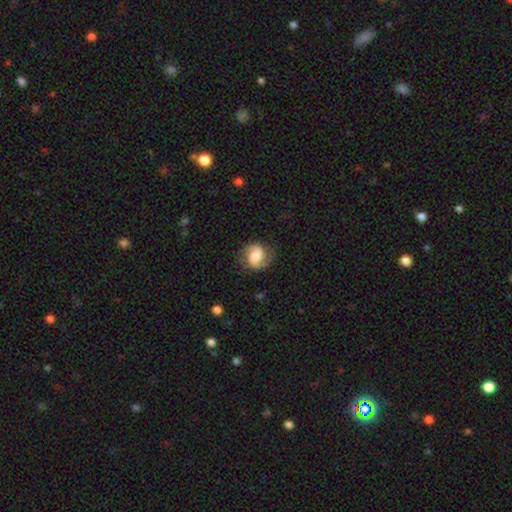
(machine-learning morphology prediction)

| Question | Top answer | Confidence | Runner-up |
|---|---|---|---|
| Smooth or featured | featured or disk | 65% | smooth (27%) |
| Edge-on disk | no | 98% | yes (2%) |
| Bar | no | 43% | weak (42%) |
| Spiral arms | yes | 93% | no (7%) |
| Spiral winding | medium | 46% | loose (33%) |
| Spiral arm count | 2 | 88% | 1 (5%) |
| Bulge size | moderate | 44% | large (25%) |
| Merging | none | 76% | minor disturbance (16%) |